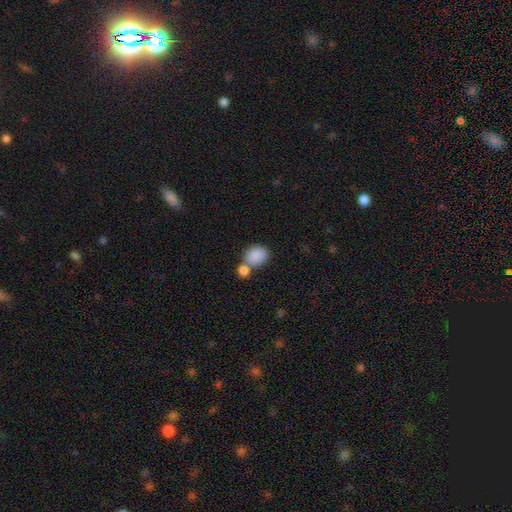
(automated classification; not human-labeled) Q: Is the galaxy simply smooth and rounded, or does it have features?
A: smooth — 86%.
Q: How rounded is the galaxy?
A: round — 55%.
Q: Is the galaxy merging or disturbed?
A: none — 47%.